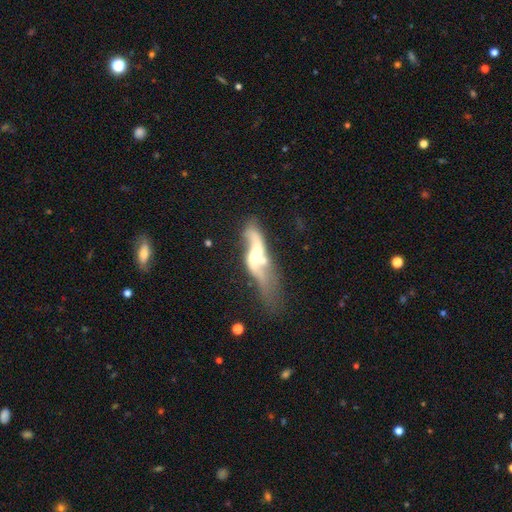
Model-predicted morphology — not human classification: Smooth or featured?
  - featured or disk: 70% *
  - smooth: 23%
  - star or artifact: 7%
Edge-on disk?
  - no: 80% *
  - yes: 20%
Bar?
  - no: 54% *
  - weak: 31%
  - strong: 15%
Spiral arms?
  - yes: 70% *
  - no: 30%
Bulge size?
  - moderate: 59% *
  - small: 19%
  - large: 16%
  - none: 4%
  - dominant: 2%
Merging?
  - merger: 36% *
  - major disturbance: 27%
  - none: 22%
  - minor disturbance: 16%